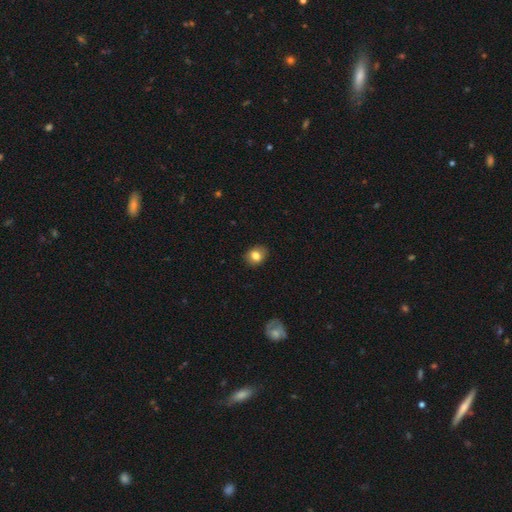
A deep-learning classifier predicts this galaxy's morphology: This is clearly a smooth galaxy (80%). How rounded: possibly round (53%). Merging: clearly none (86%).